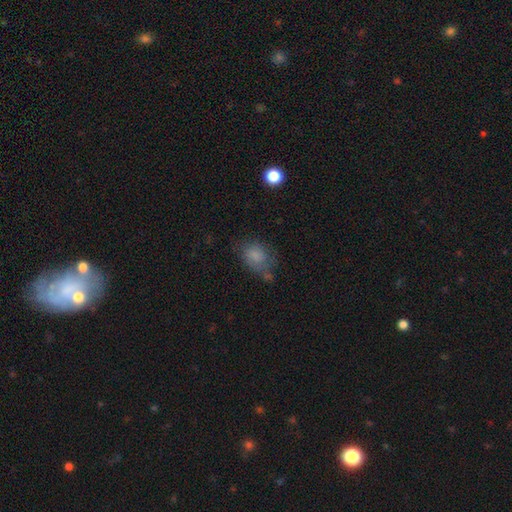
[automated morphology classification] A smooth galaxy with no disk features (75%) that is in between round and cigar-shaped (66%).

Vote fractions:
- Smooth or featured? smooth: 75% / featured or disk: 15% / star or artifact: 11%
- How rounded? in between: 66% / round: 32% / cigar-shaped: 1%
- Merging? none: 47% / minor disturbance: 29% / major disturbance: 16% / merger: 7%